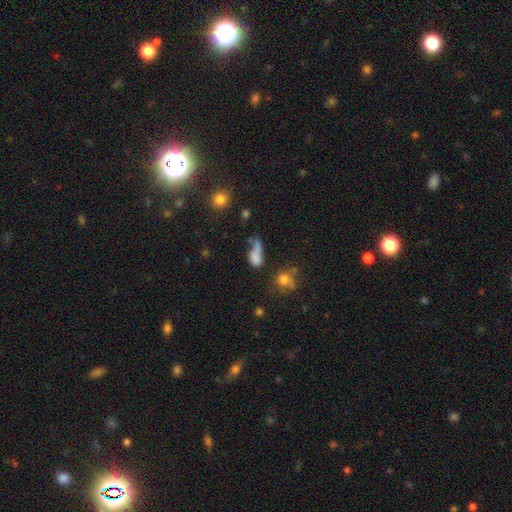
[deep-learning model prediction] Overall: smooth (67%). How rounded: in between (67%). Merging: merger (30%; none 26%).